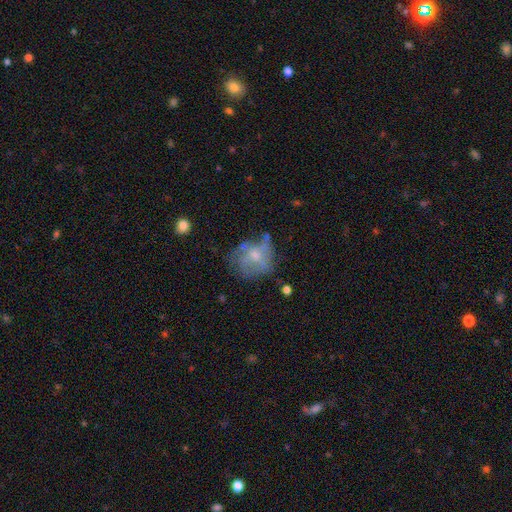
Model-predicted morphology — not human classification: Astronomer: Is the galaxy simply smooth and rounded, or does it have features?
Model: featured or disk — 51% (runner-up: smooth, 38%).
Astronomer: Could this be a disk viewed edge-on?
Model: no — 97%.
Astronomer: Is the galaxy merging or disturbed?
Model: none — 41% (runner-up: major disturbance, 28%).